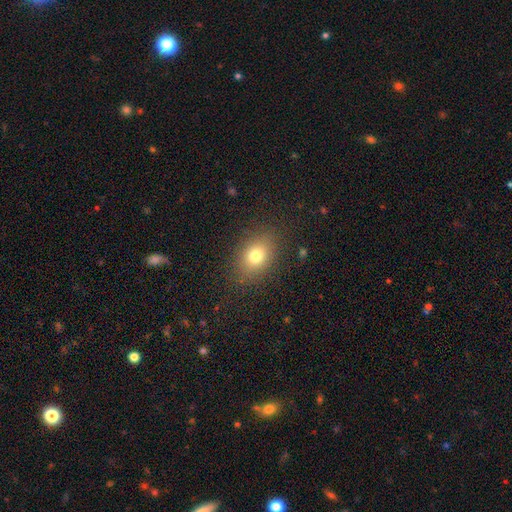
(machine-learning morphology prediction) Smooth or featured?
  - smooth: 76% *
  - star or artifact: 13%
  - featured or disk: 11%
How rounded?
  - in between: 67% *
  - round: 31%
  - cigar-shaped: 1%
Merging?
  - none: 84% *
  - minor disturbance: 10%
  - major disturbance: 4%
  - merger: 1%